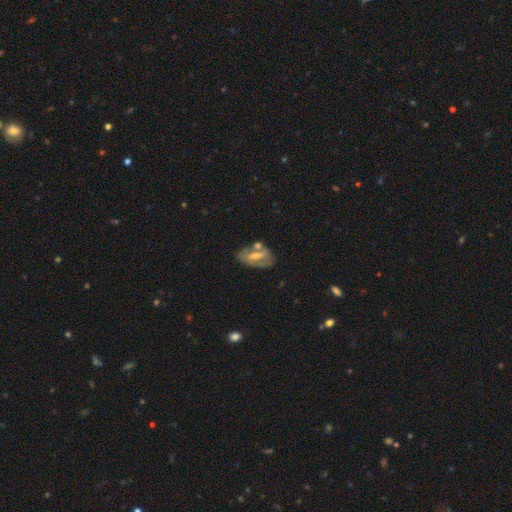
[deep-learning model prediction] Overall: featured or disk (62%; smooth 31%). Edge-on disk: no (87%). Bar: strong (44%; weak 35%). Spiral arms: yes (54%; no 46%). Bulge size: moderate (46%; small 40%). Merging: none (54%; minor disturbance 20%).